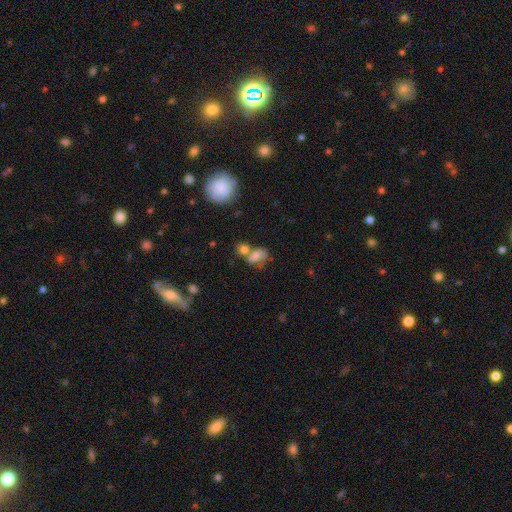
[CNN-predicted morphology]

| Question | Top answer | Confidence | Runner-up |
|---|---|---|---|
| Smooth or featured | smooth | 69% | featured or disk (17%) |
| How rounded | in between | 74% | round (23%) |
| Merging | merger | 46% | none (30%) |